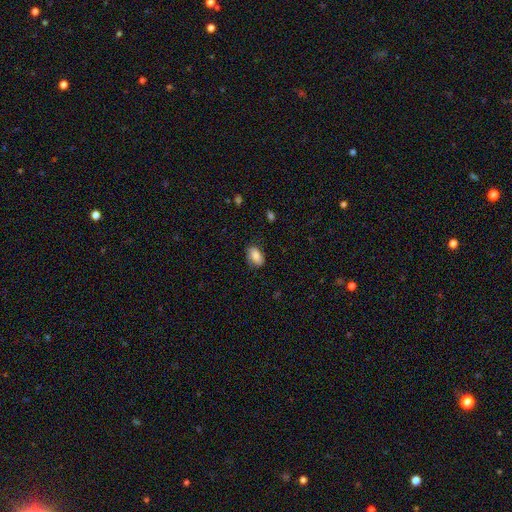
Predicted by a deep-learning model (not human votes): Smooth or featured?
  - smooth: 81% *
  - featured or disk: 12%
  - star or artifact: 7%
How rounded?
  - in between: 90% *
  - round: 8%
  - cigar-shaped: 2%
Merging?
  - none: 69% *
  - minor disturbance: 23%
  - major disturbance: 7%
  - merger: 1%